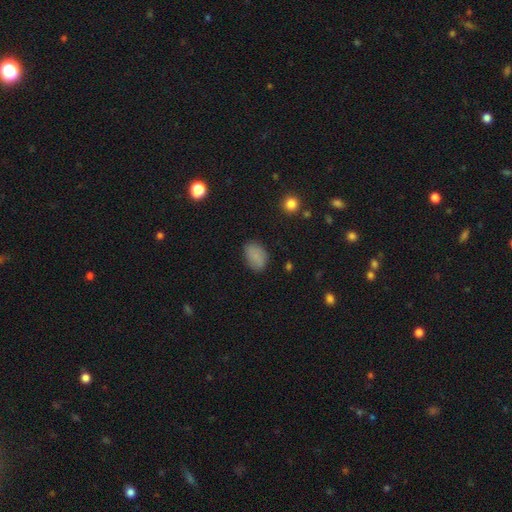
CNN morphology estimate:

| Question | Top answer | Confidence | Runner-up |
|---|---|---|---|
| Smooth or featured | smooth | 83% | star or artifact (9%) |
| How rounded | in between | 84% | round (15%) |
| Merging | none | 79% | minor disturbance (16%) |